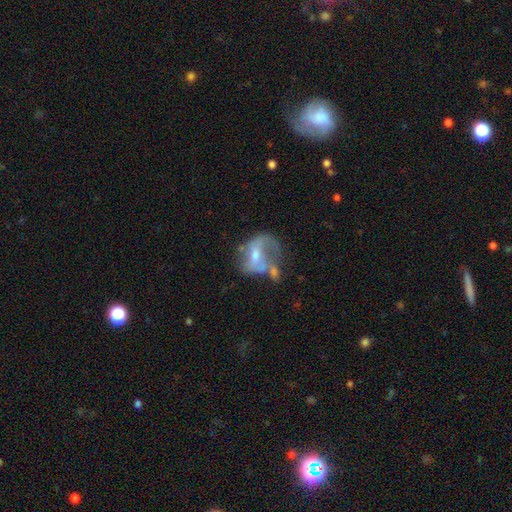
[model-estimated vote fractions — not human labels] smooth_or_featured: featured or disk (p=0.63) [alt: smooth p=0.28]
disk_edge_on: no (p=0.97) [alt: yes p=0.03]
bar: weak (p=0.45) [alt: no p=0.40]
has_spiral_arms: yes (p=0.58) [alt: no p=0.42]
bulge_size: moderate (p=0.52) [alt: small p=0.34]
merging: major disturbance (p=0.37) [alt: none p=0.23]